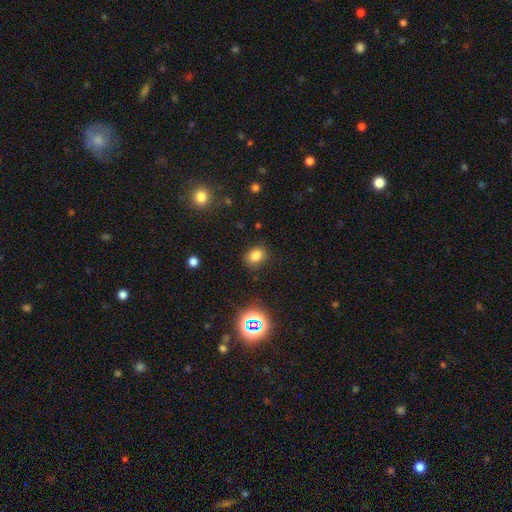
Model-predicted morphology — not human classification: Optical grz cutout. It shows a smooth galaxy with no disk features (77%) that is in between round and cigar-shaped (60%). Merging: none (83%).